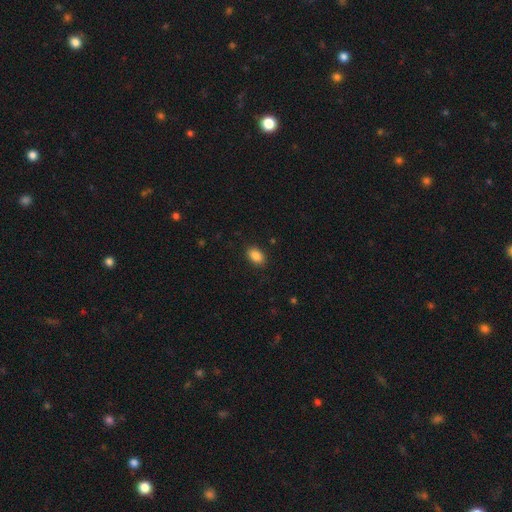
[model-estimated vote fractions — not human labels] Smooth or featured? smooth (88%)
How rounded? in between (88%)
Merging? none (89%)